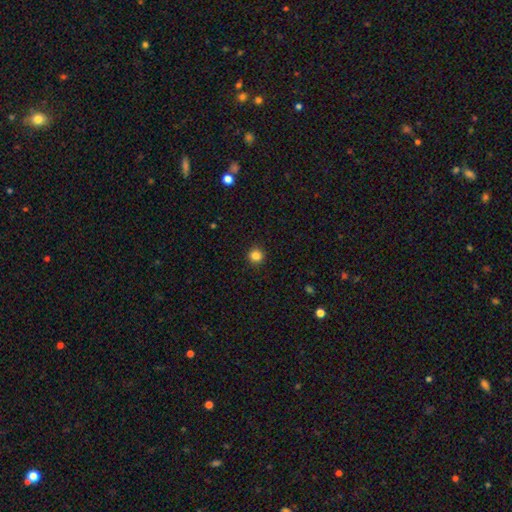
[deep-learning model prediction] This is clearly a smooth galaxy (85%). How rounded: clearly round (93%). Merging: clearly none (92%).